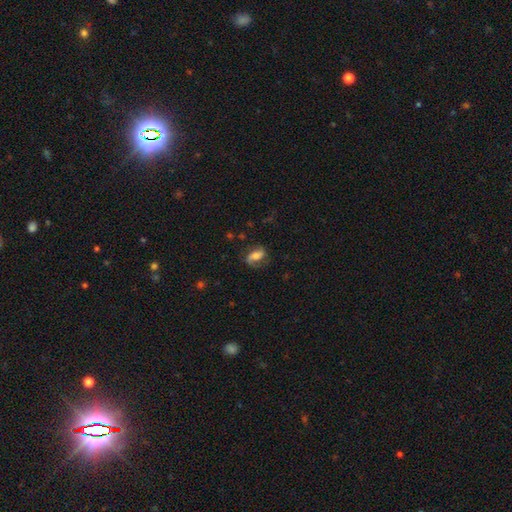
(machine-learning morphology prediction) A featured or disk galaxy (58%) with no bar (35%), spiral arms (87%) and a moderate central bulge (51%).

Vote fractions:
- Smooth or featured? featured or disk: 58% / smooth: 34% / star or artifact: 8%
- Edge-on disk? no: 94% / yes: 6%
- Bar? no: 35% / weak: 34% / strong: 32%
- Spiral arms? yes: 87% / no: 13%
- Bulge size? moderate: 51% / small: 25% / large: 16% / none: 6% / dominant: 3%
- Merging? none: 68% / minor disturbance: 19% / major disturbance: 11% / merger: 2%